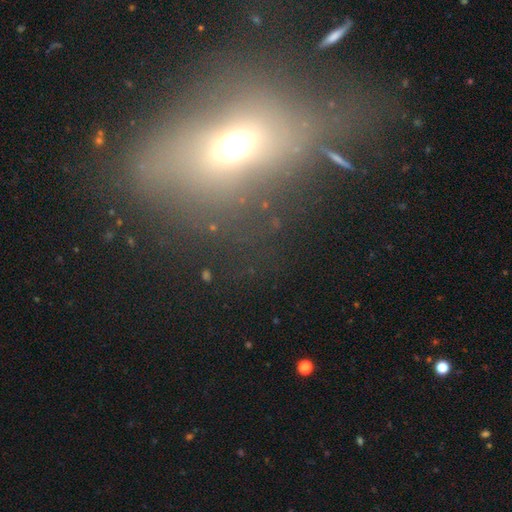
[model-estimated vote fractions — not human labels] Smooth or featured?
  - smooth: 39% *
  - star or artifact: 36%
  - featured or disk: 25%
Merging?
  - none: 55% *
  - major disturbance: 22%
  - minor disturbance: 17%
  - merger: 6%